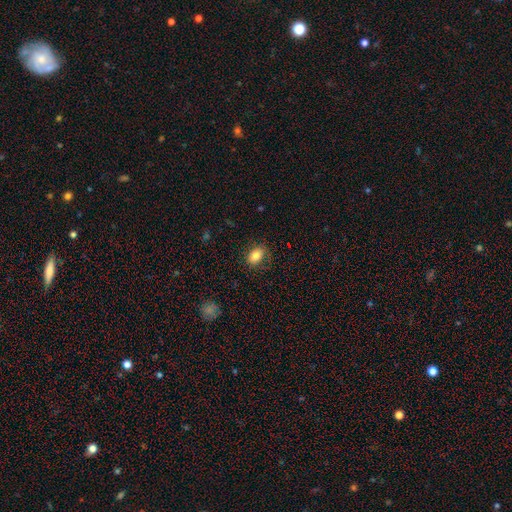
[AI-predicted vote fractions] Smooth or featured? smooth (81%)
How rounded? in between (79%)
Merging? none (80%)